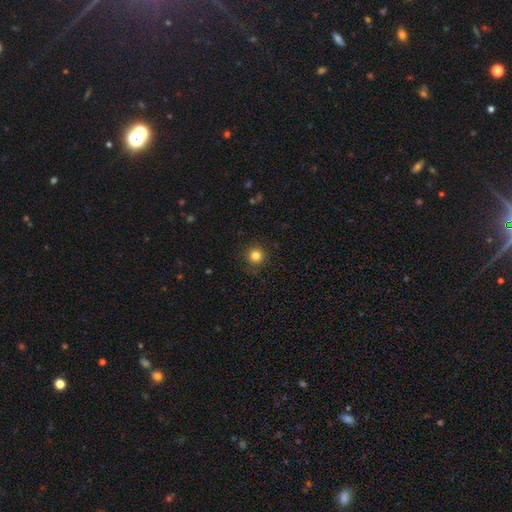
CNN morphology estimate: Smooth or featured? Predicted: smooth (p=0.83). How rounded? Predicted: round (p=0.95). Merging? Predicted: none (p=0.89).